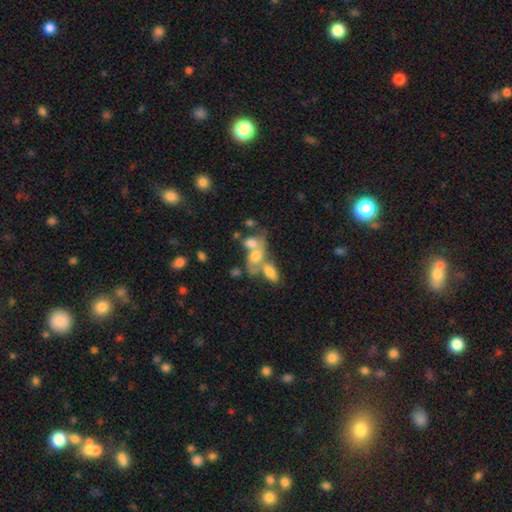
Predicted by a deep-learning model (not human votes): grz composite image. It shows a smooth galaxy with no disk features (58%) that is in between round and cigar-shaped (81%). Merging: merger (64%).